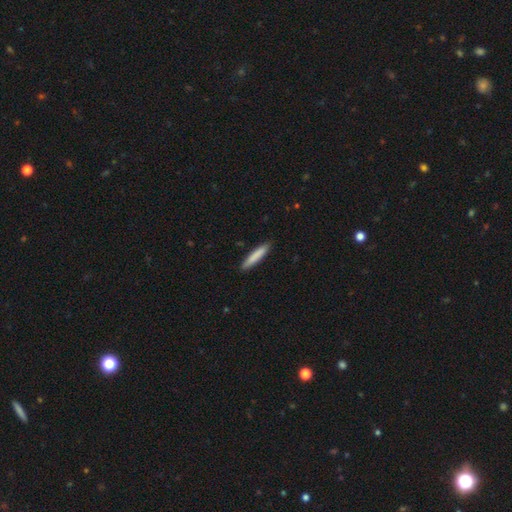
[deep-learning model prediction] smooth_or_featured: smooth (p=0.83) [alt: featured or disk p=0.11]
how_rounded: cigar-shaped (p=0.90) [alt: in between p=0.09]
merging: none (p=0.89) [alt: minor disturbance p=0.08]